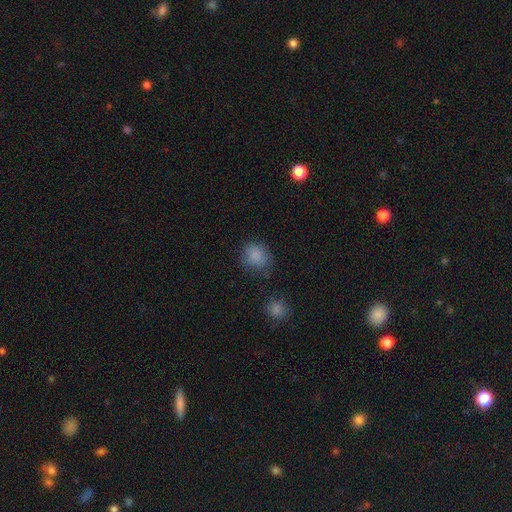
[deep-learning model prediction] A smooth galaxy with no disk features (84%) that is round (56%). Merging: none (66%).